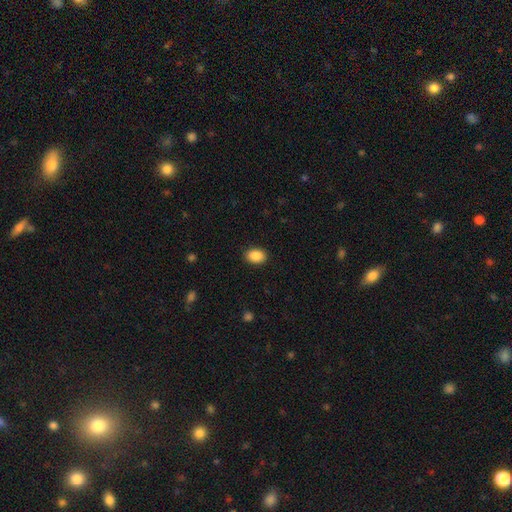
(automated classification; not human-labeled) This is clearly a smooth galaxy (89%). How rounded: likely in between (78%). Merging: clearly none (89%).